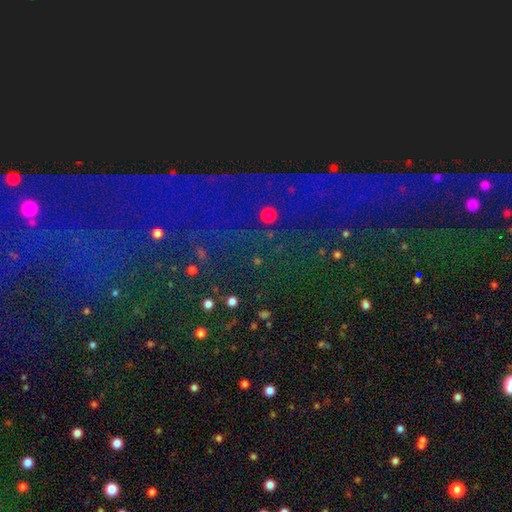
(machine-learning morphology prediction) smooth-or-featured: star or artifact: 83% | featured or disk: 9% | smooth: 8%